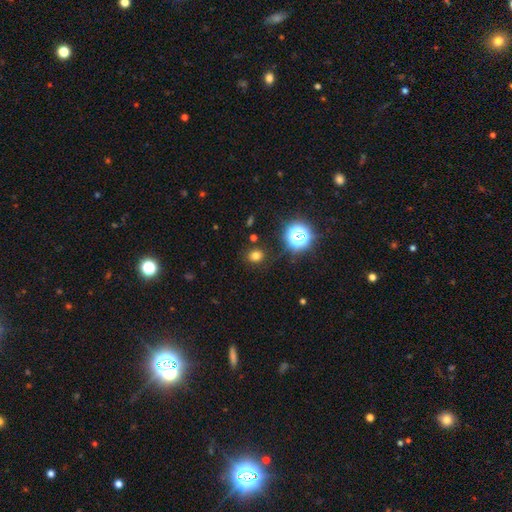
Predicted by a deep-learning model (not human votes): Morphology: type=smooth (72%); roundness=round (74%); merging=none (86%).